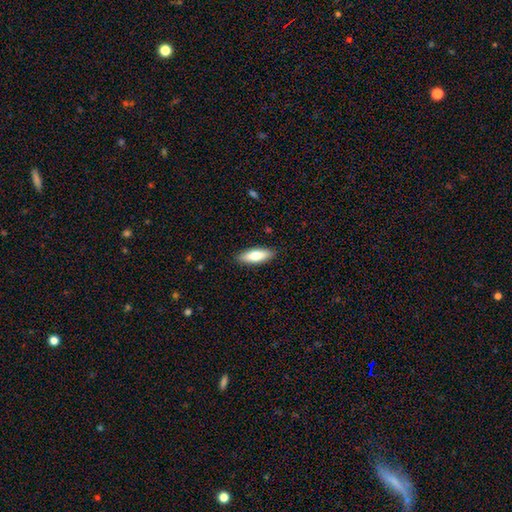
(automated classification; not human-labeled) Smooth or featured? smooth (74%)
How rounded? in between (58%)
Merging? none (89%)